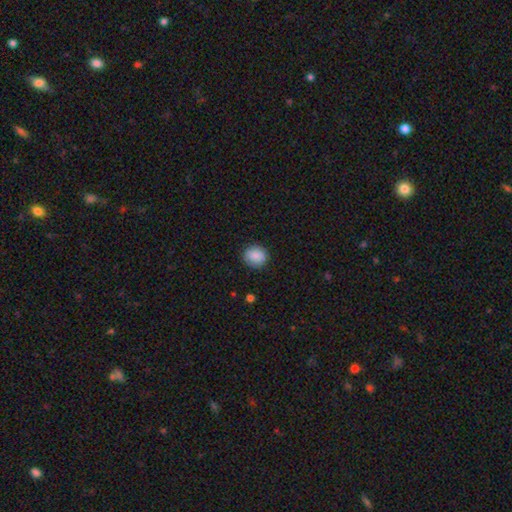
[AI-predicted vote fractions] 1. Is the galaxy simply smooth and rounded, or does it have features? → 88% smooth, 8% star or artifact, 4% featured or disk.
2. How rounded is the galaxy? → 85% round, 14% in between, 1% cigar-shaped.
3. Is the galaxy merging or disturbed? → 88% none, 9% minor disturbance, 2% major disturbance, 1% merger.